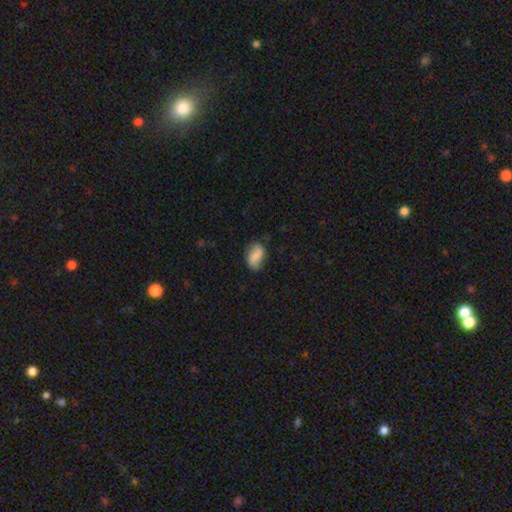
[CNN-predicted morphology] Overall: smooth (78%). How rounded: in between (90%). Merging: none (63%; minor disturbance 27%).